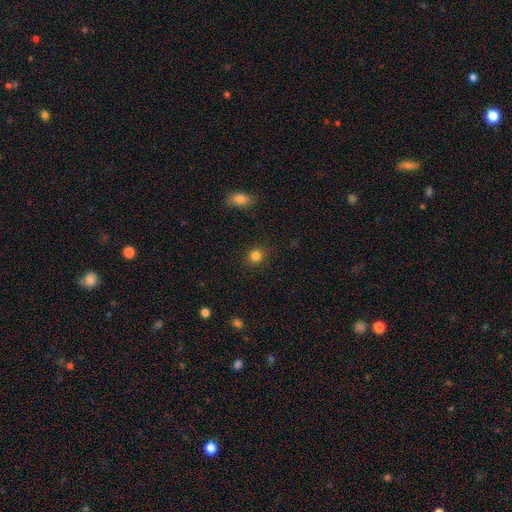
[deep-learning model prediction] A smooth galaxy with no disk features (83%) that is round (84%).

Vote fractions:
- Smooth or featured? smooth: 83% / star or artifact: 12% / featured or disk: 4%
- How rounded? round: 84% / in between: 15% / cigar-shaped: 1%
- Merging? none: 88% / minor disturbance: 8% / major disturbance: 3% / merger: 1%